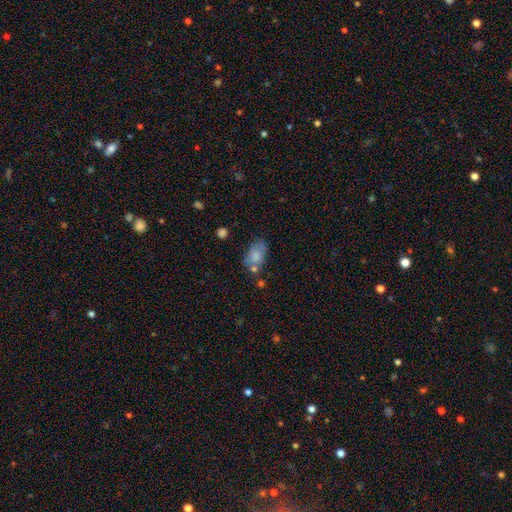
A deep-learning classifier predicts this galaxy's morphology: Q: Smooth or featured?
A: smooth (71%); runner-up: featured or disk (20%)
Q: How rounded?
A: in between (86%); runner-up: round (12%)
Q: Merging?
A: none (44%); runner-up: minor disturbance (25%)